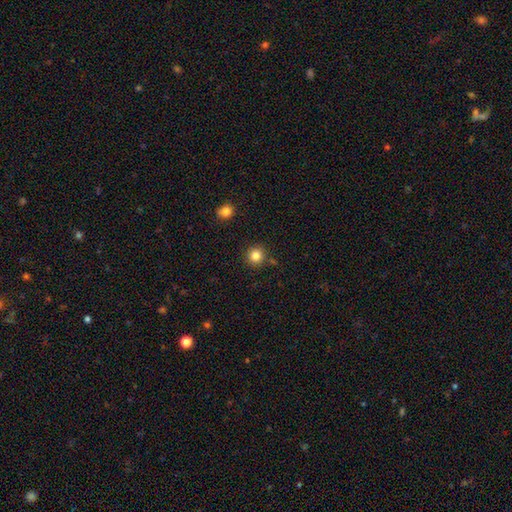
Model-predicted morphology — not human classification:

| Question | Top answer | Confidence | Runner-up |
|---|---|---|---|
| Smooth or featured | smooth | 84% | star or artifact (11%) |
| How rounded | round | 94% | in between (5%) |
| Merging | none | 88% | minor disturbance (6%) |